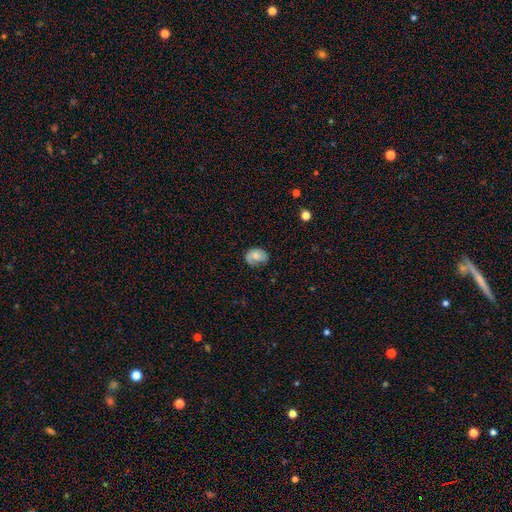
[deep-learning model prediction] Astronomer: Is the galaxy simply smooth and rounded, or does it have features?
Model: smooth — 62%.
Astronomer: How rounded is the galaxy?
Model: in between — 63%.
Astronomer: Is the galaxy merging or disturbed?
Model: none — 55% (runner-up: minor disturbance, 31%).